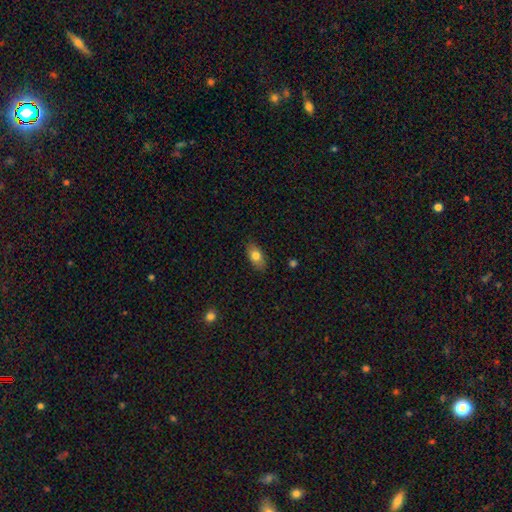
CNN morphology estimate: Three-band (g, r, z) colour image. It shows a smooth galaxy with no disk features (78%) that is in between round and cigar-shaped (89%). Merging: none (86%).